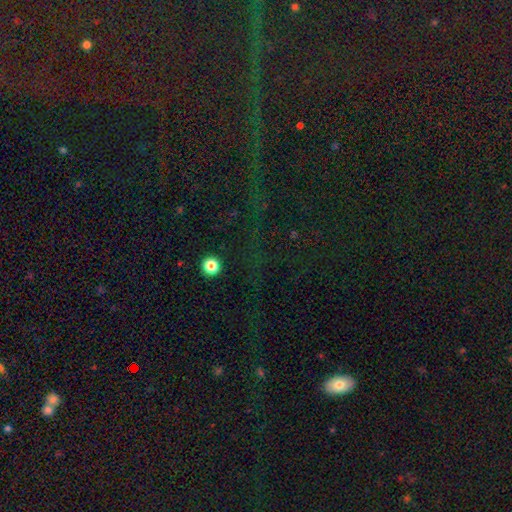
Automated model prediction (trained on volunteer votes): This is likely a star or artifact rather than a galaxy (72%).